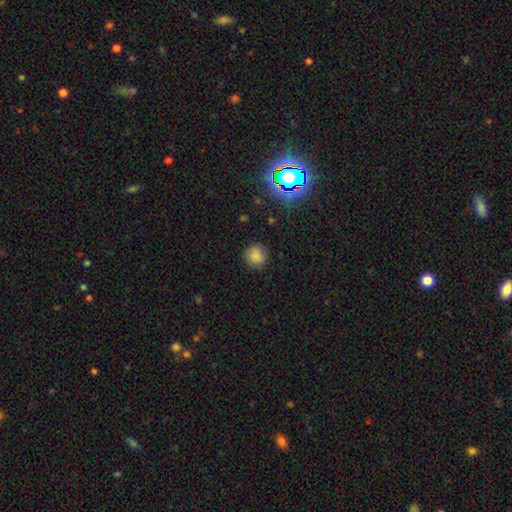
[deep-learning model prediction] smooth_or_featured: smooth (p=0.82) [alt: star or artifact p=0.13]
how_rounded: round (p=0.90) [alt: in between p=0.09]
merging: none (p=0.86) [alt: minor disturbance p=0.10]